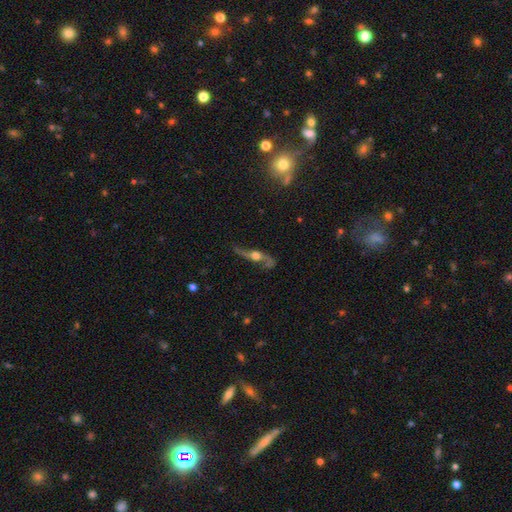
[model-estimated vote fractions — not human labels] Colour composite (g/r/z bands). It shows a featured or disk galaxy (80%). Merging: none (65%).